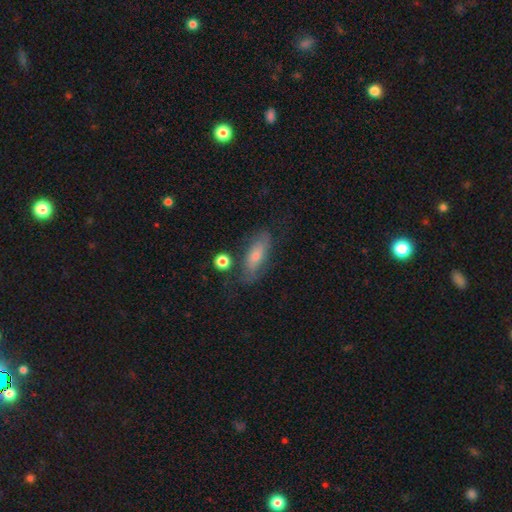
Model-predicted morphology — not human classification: Smooth or featured?
  - smooth: 51% *
  - featured or disk: 40%
  - star or artifact: 9%
How rounded?
  - in between: 67% *
  - cigar-shaped: 28%
  - round: 5%
Merging?
  - none: 65% *
  - minor disturbance: 22%
  - major disturbance: 9%
  - merger: 4%